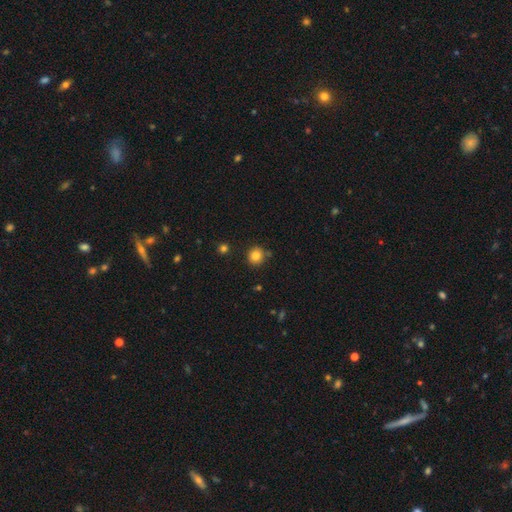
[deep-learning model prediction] Q: Smooth or featured?
A: smooth (82%); runner-up: star or artifact (11%)
Q: How rounded?
A: round (90%); runner-up: in between (9%)
Q: Merging?
A: none (84%); runner-up: minor disturbance (9%)